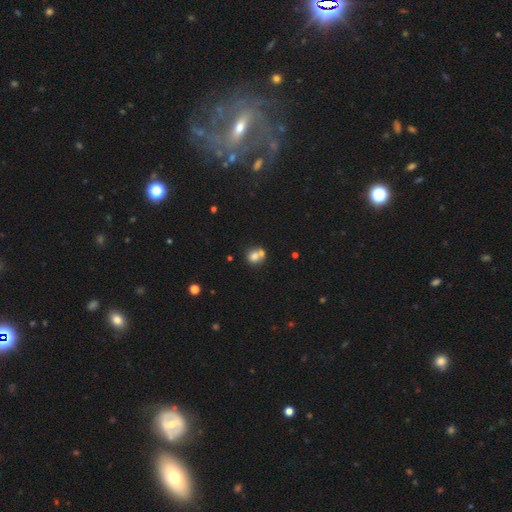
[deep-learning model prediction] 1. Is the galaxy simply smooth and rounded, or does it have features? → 74% smooth, 15% featured or disk, 11% star or artifact.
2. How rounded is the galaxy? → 77% round, 22% in between, 1% cigar-shaped.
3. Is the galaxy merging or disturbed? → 48% merger, 39% none, 9% minor disturbance, 4% major disturbance.